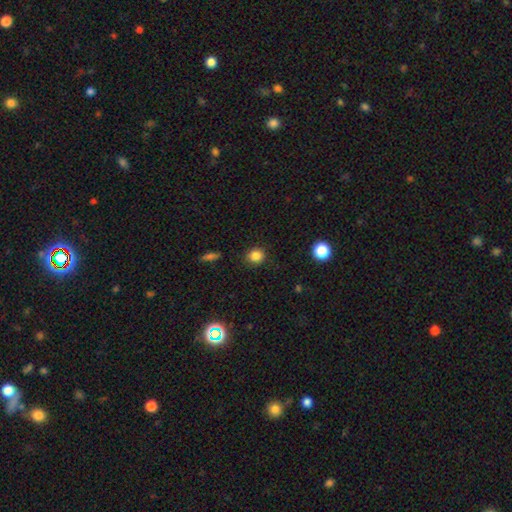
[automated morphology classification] The model was most divided on "smooth or featured": smooth: 84%, star or artifact: 12%, featured or disk: 4%. More confident: merging — none (87%); how rounded — round (86%).